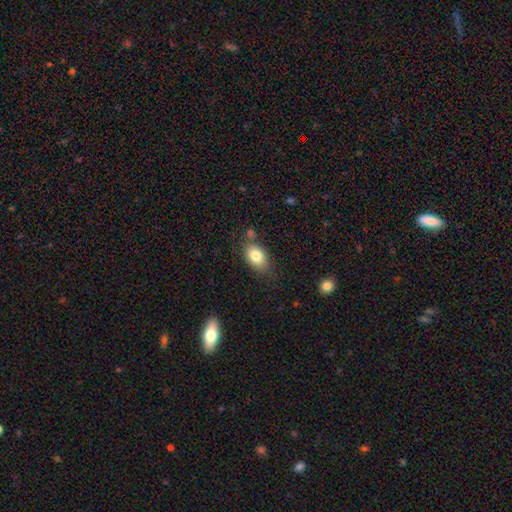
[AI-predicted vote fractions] Overall: smooth (81%). How rounded: in between (85%). Merging: none (71%).